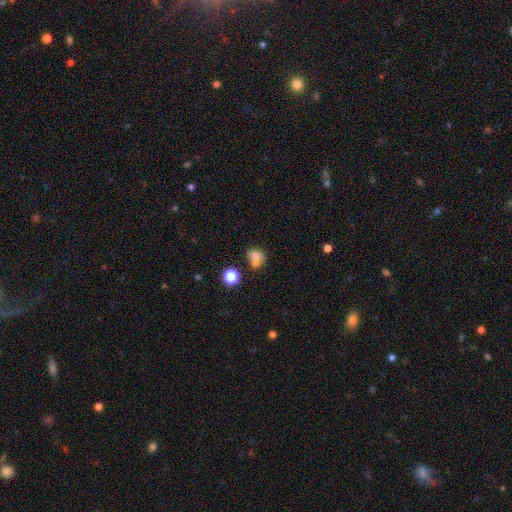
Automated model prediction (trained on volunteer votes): smooth 71%, featured or disk 15%, star or artifact 14%. Down the decision tree: how rounded — round (63%); merging — merger (50%).